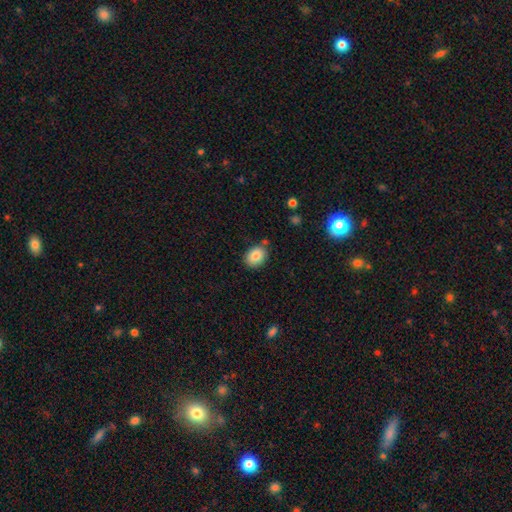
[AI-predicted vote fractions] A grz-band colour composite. It shows a smooth galaxy with no disk features (85%) that is in between round and cigar-shaped (66%). Merging: none (78%).